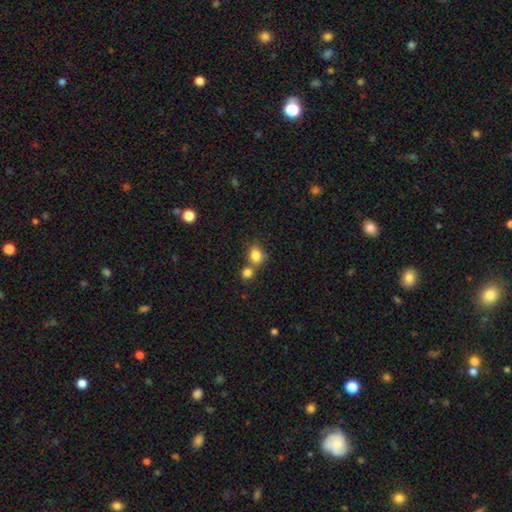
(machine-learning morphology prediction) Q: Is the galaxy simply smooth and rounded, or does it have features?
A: smooth — 82%.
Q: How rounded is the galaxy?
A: round — 59%.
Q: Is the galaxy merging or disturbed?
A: none — 47%.